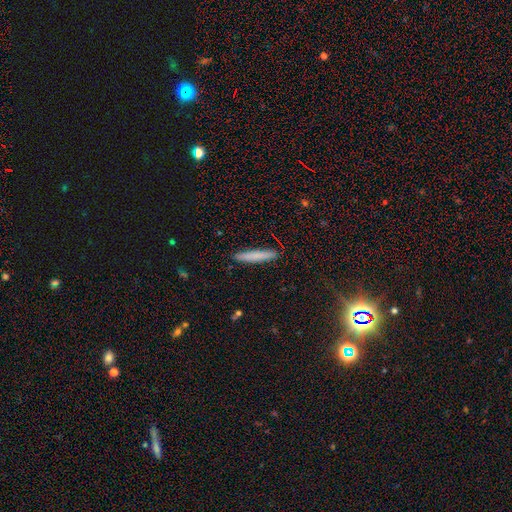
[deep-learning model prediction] This appears to be a smooth galaxy with no disk features (78%) that is cigar-shaped (94%). Merging: none (90%).